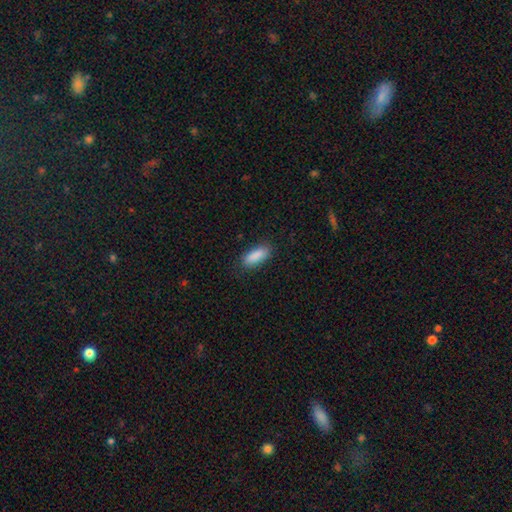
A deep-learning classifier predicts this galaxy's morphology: Smooth or featured: smooth — 89% (star or artifact — 6%)
How rounded: in between — 69% (cigar-shaped — 29%)
Merging: none — 86% (minor disturbance — 11%)